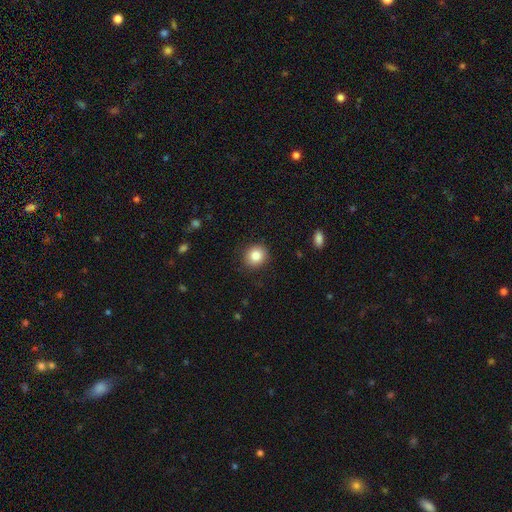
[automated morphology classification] Overall: smooth (85%). How rounded: round (84%). Merging: none (90%).